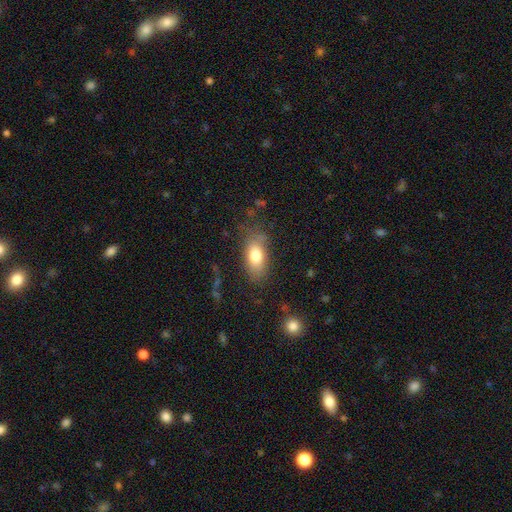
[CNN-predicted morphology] type=smooth (78%); roundness=in between (87%); merging=none (75%).